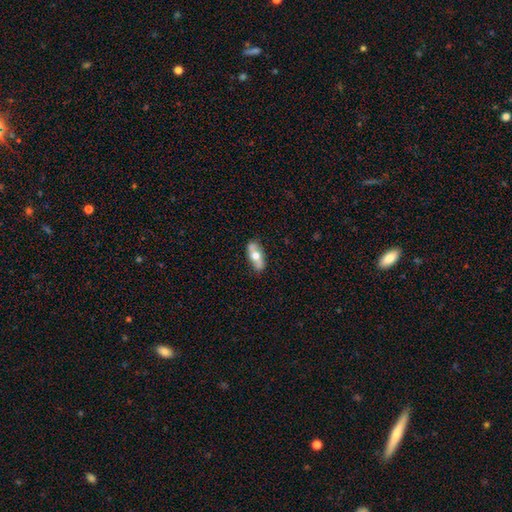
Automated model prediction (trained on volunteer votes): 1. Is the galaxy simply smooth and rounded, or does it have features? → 53% smooth, 41% featured or disk, 6% star or artifact.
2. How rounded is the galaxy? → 80% in between, 16% cigar-shaped, 4% round.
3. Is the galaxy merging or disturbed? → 84% none, 13% minor disturbance, 2% major disturbance, 1% merger.